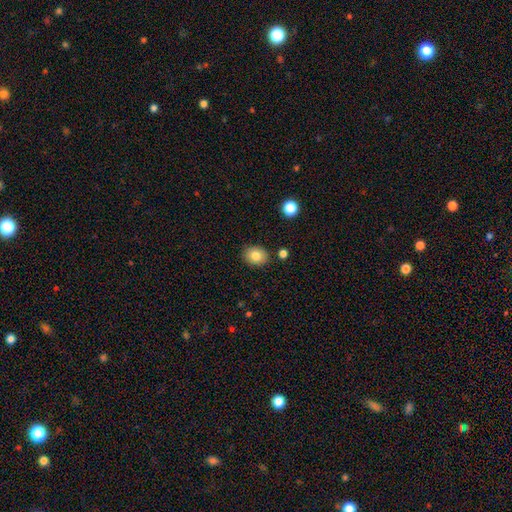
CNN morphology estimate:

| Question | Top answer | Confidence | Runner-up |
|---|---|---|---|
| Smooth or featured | smooth | 81% | featured or disk (10%) |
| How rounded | in between | 51% | round (48%) |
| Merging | none | 86% | minor disturbance (9%) |